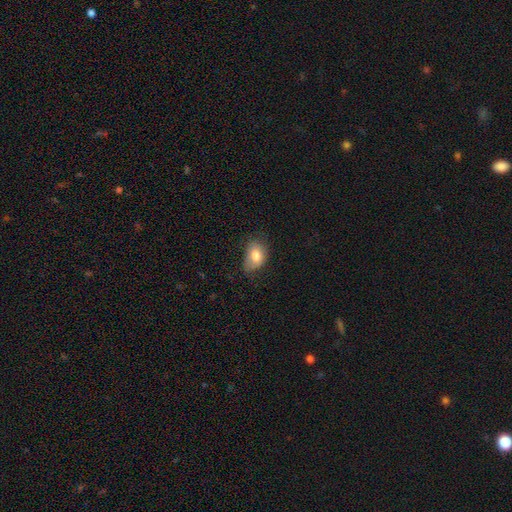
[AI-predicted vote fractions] smooth-or-featured: smooth: 79% | featured or disk: 13% | star or artifact: 8%
  how-rounded: in between: 85% | round: 13% | cigar-shaped: 1%
  merging: none: 52% | minor disturbance: 34% | major disturbance: 12% | merger: 2%